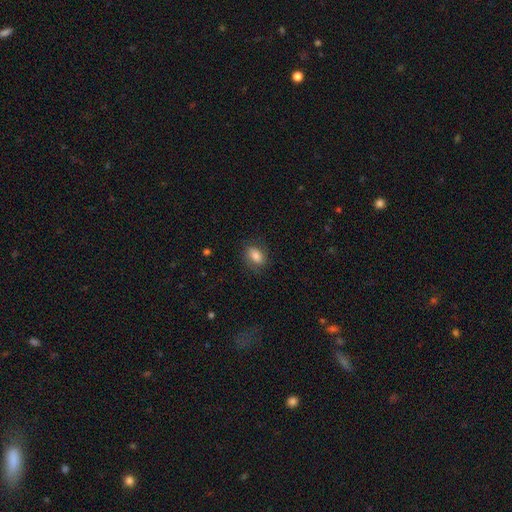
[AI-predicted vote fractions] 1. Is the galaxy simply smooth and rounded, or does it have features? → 79% smooth, 13% featured or disk, 9% star or artifact.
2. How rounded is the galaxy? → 84% in between, 13% round, 3% cigar-shaped.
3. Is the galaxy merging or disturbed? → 77% none, 17% minor disturbance, 6% major disturbance, 1% merger.